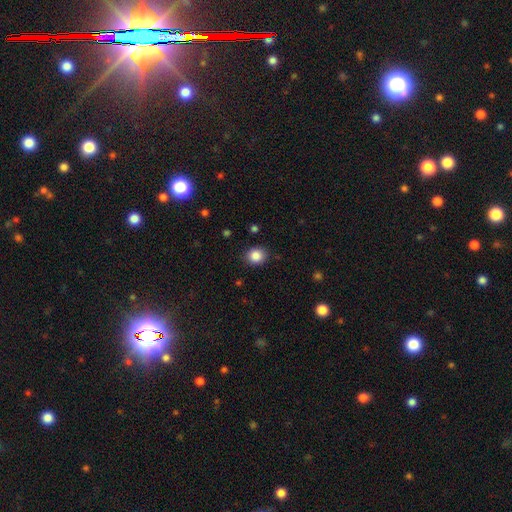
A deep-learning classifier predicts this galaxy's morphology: Overall: smooth (86%). How rounded: round (75%). Merging: none (87%).